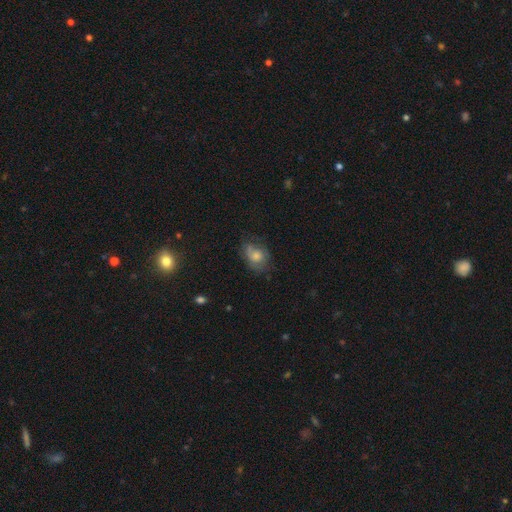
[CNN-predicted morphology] smooth-or-featured: smooth: 57% | featured or disk: 33% | star or artifact: 10%
  how-rounded: in between: 59% | round: 39% | cigar-shaped: 1%
  merging: none: 55% | minor disturbance: 28% | major disturbance: 15% | merger: 2%